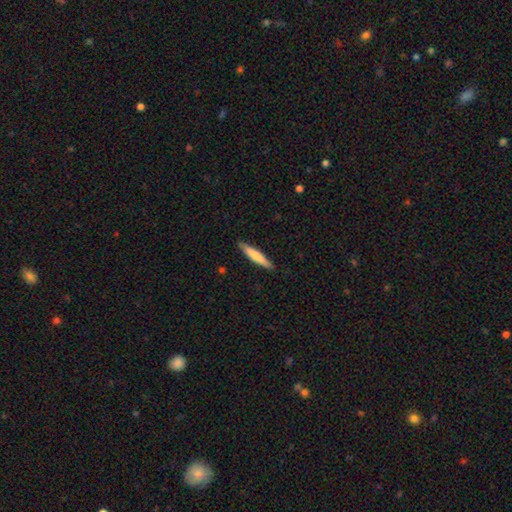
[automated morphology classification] This is likely a smooth galaxy (67%). How rounded: clearly cigar-shaped (91%). Merging: clearly none (89%).